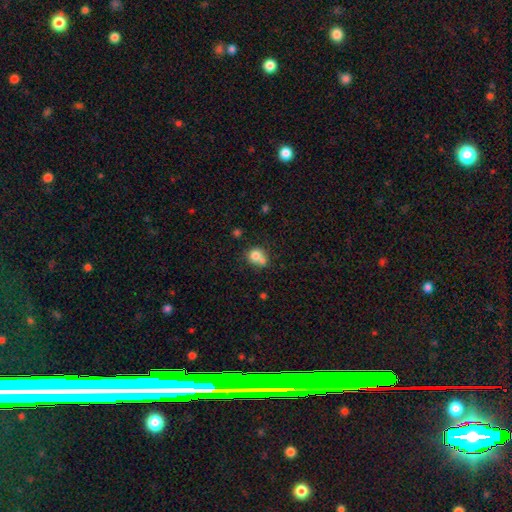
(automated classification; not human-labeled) Q: Smooth or featured?
A: smooth (77%); runner-up: featured or disk (13%)
Q: How rounded?
A: round (81%); runner-up: in between (18%)
Q: Merging?
A: merger (47%); runner-up: none (40%)